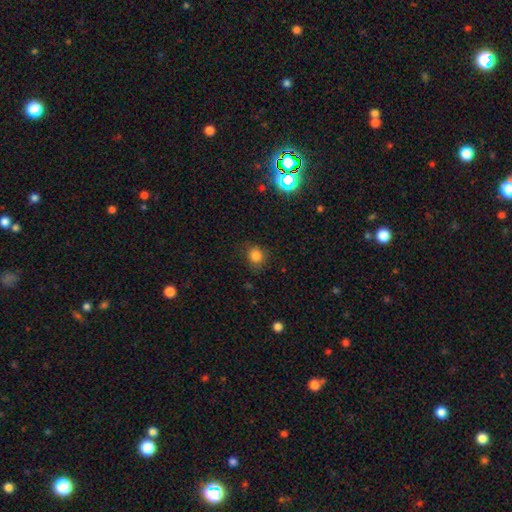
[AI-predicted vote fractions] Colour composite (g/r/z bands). It shows a smooth galaxy with no disk features (82%) that is round (76%). Merging: none (79%).